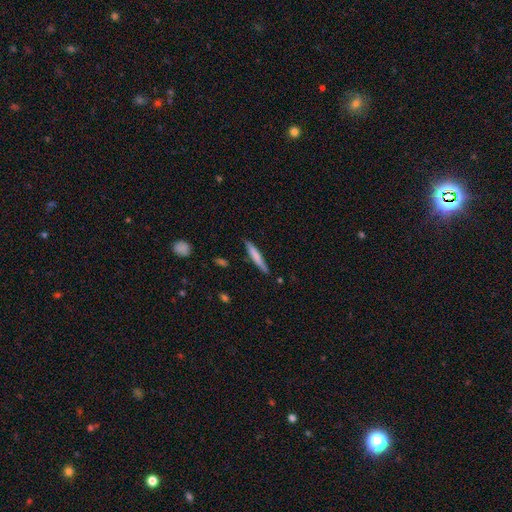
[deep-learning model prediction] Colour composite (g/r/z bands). It shows a smooth galaxy with no disk features (71%) that is cigar-shaped (93%). Merging: none (83%).